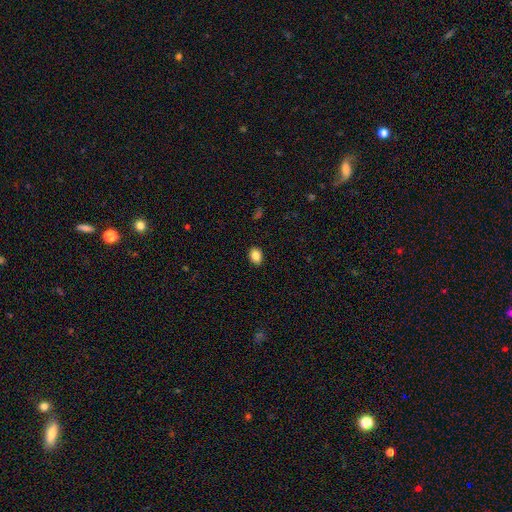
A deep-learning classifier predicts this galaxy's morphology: smooth-or-featured: smooth: 86% | star or artifact: 9% | featured or disk: 5%
  how-rounded: in between: 66% | round: 33% | cigar-shaped: 1%
  merging: none: 90% | minor disturbance: 7% | major disturbance: 2% | merger: 1%